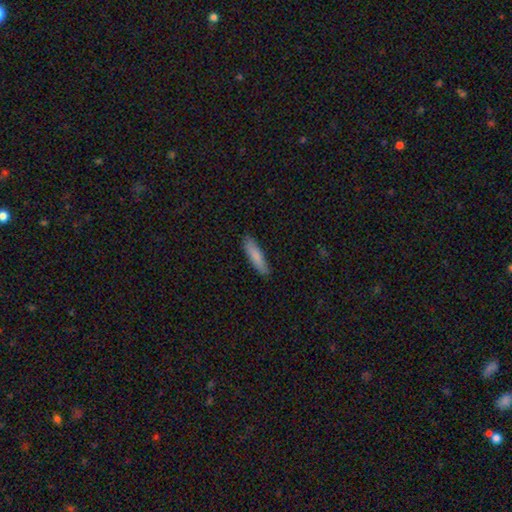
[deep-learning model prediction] This appears to be a smooth galaxy with no disk features (83%) that is cigar-shaped (78%). Merging: none (86%).